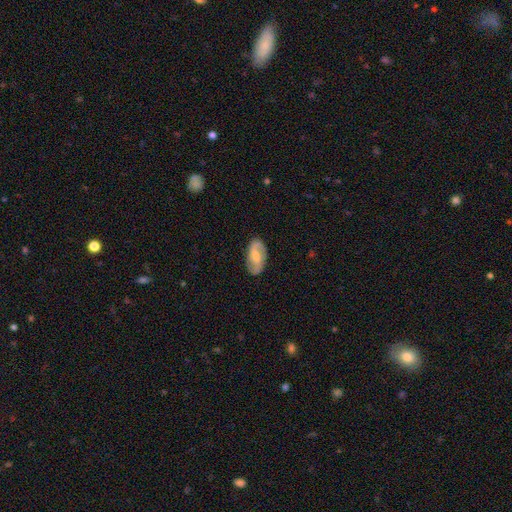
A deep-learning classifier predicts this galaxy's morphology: Smooth or featured? Predicted: featured or disk (p=0.71). Edge-on disk? Predicted: no (p=0.96). Bar? Predicted: weak (p=0.50). Spiral arms? Predicted: yes (p=0.92). Spiral winding? Predicted: medium (p=0.47). Spiral arm count? Predicted: 2 (p=0.88). Bulge size? Predicted: moderate (p=0.45). Merging? Predicted: none (p=0.82).